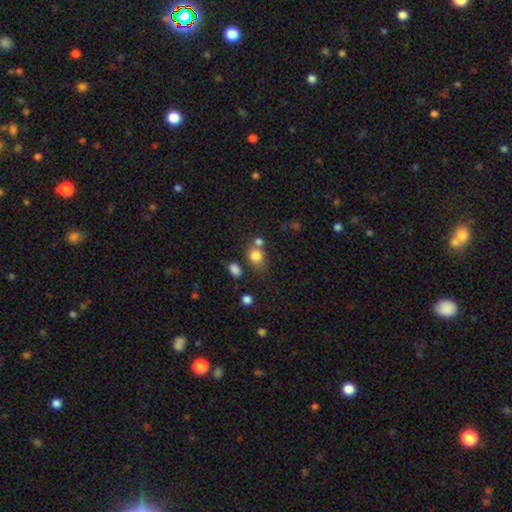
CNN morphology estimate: Overall: smooth (80%). How rounded: round (59%; in between 40%). Merging: none (51%; merger 28%).